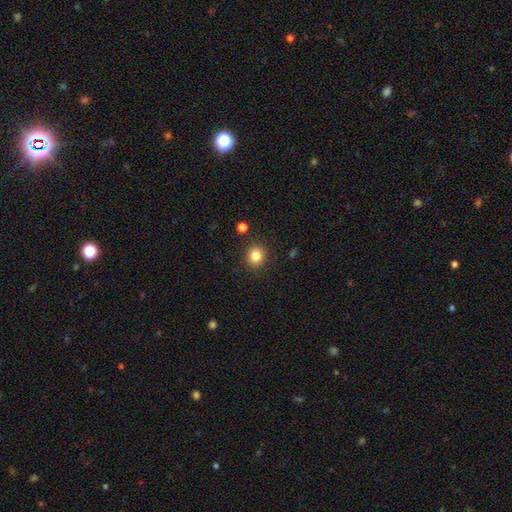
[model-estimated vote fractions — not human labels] smooth-or-featured: smooth: 84% | star or artifact: 11% | featured or disk: 5%
  how-rounded: round: 84% | in between: 15% | cigar-shaped: 1%
  merging: none: 88% | minor disturbance: 7% | major disturbance: 3% | merger: 2%